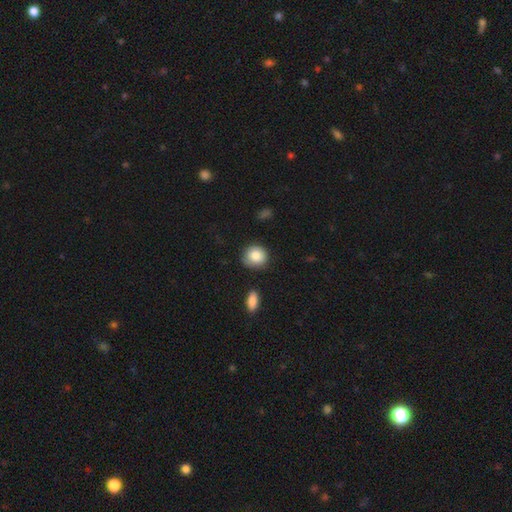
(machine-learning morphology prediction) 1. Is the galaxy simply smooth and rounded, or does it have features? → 86% smooth, 7% star or artifact, 7% featured or disk.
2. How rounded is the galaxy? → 83% round, 16% in between, 1% cigar-shaped.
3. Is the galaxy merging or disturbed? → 76% none, 17% minor disturbance, 4% major disturbance, 3% merger.